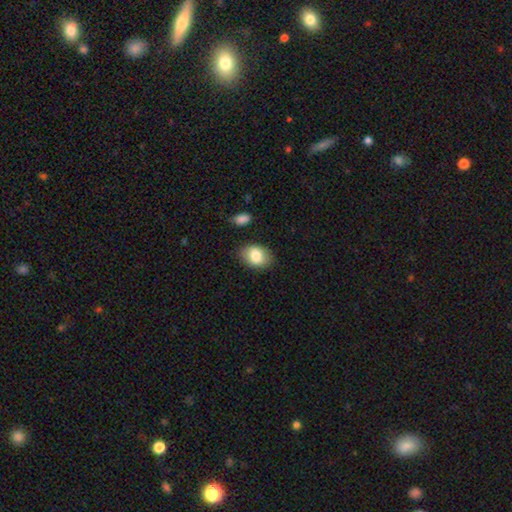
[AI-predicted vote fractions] Morphology: type=smooth (83%); roundness=in between (78%); merging=none (82%).